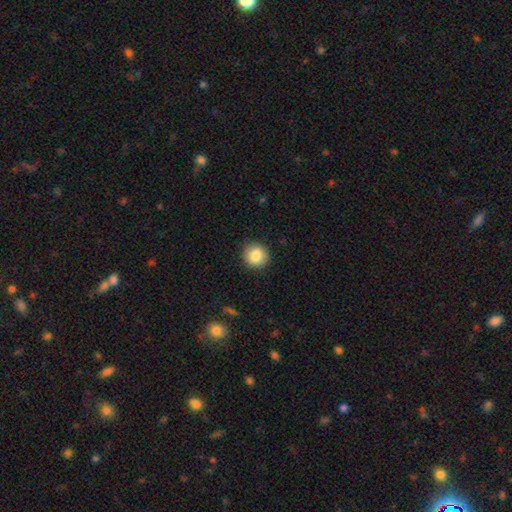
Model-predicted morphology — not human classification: Smooth or featured: smooth — 84% (star or artifact — 9%)
How rounded: round — 88% (in between — 11%)
Merging: none — 88% (minor disturbance — 9%)